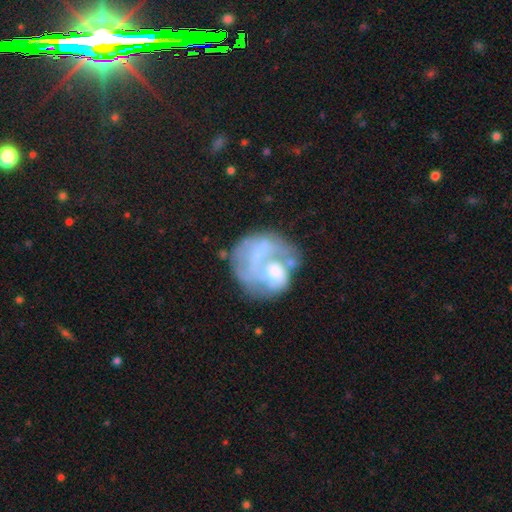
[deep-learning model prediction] Smooth or featured?
  - featured or disk: 60% *
  - smooth: 31%
  - star or artifact: 9%
Edge-on disk?
  - no: 98% *
  - yes: 2%
Bar?
  - no: 79% *
  - weak: 17%
  - strong: 4%
Spiral arms?
  - no: 58% *
  - yes: 42%
Bulge size?
  - moderate: 37% *
  - none: 28%
  - small: 22%
  - large: 11%
  - dominant: 3%
Merging?
  - none: 39% *
  - major disturbance: 27%
  - minor disturbance: 17%
  - merger: 16%